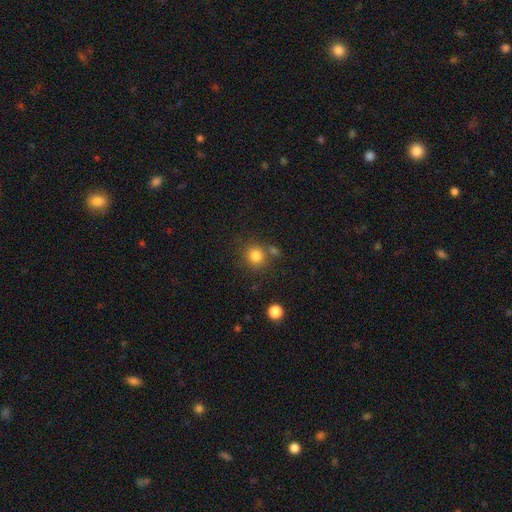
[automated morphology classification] Q: Smooth or featured?
A: smooth (82%); runner-up: star or artifact (12%)
Q: How rounded?
A: round (86%); runner-up: in between (13%)
Q: Merging?
A: none (73%); runner-up: merger (12%)